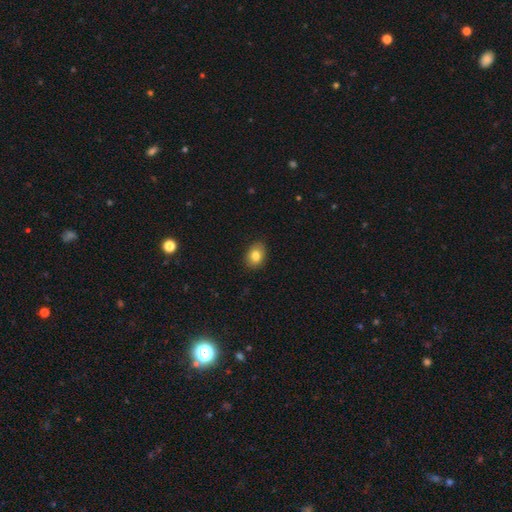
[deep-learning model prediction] Smooth or featured? Predicted: smooth (p=0.82). How rounded? Predicted: in between (p=0.68). Merging? Predicted: none (p=0.87).